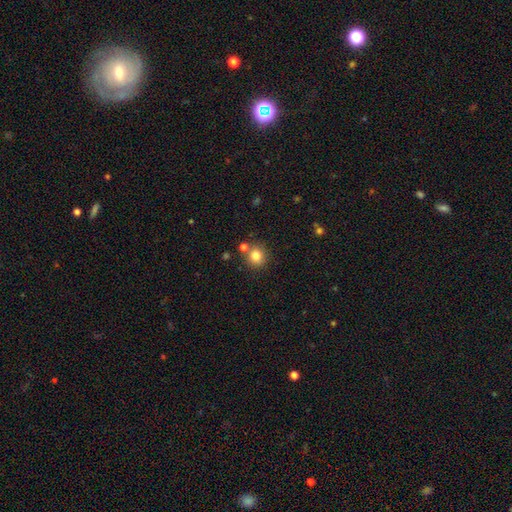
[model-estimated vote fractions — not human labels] This appears to be a smooth galaxy with no disk features (81%) that is round (89%). Merging: none (76%).